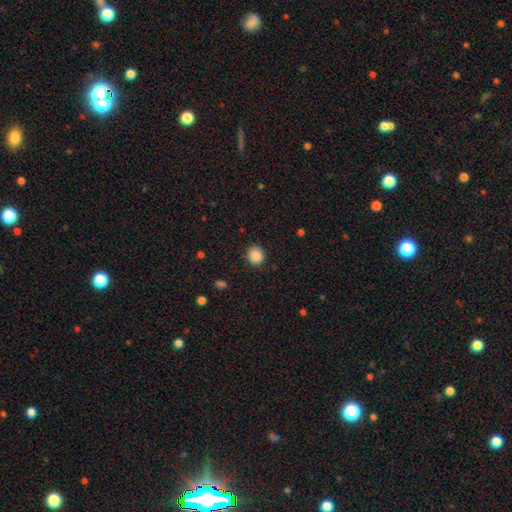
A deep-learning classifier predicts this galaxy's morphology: Smooth or featured? smooth (88%)
How rounded? round (80%)
Merging? none (89%)